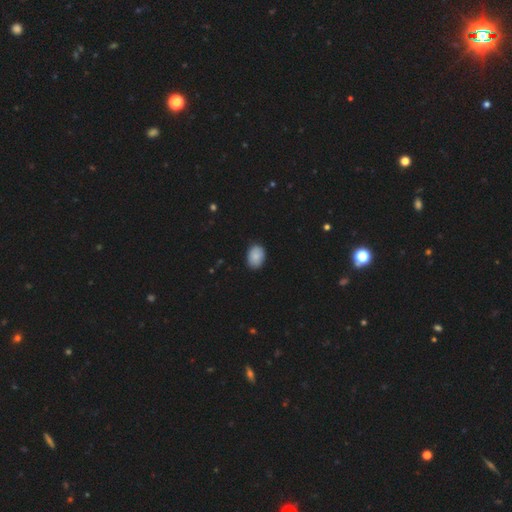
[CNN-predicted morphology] smooth 88%, star or artifact 7%, featured or disk 5%. Down the decision tree: how rounded — in between (75%); merging — none (87%).